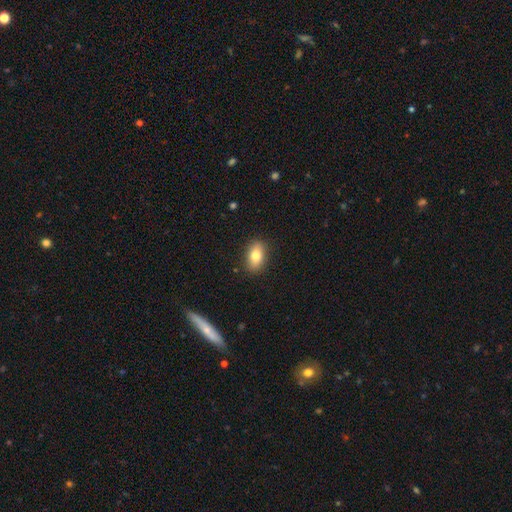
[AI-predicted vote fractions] smooth 79%, featured or disk 14%, star or artifact 8%. Down the decision tree: how rounded — in between (85%); merging — none (88%).